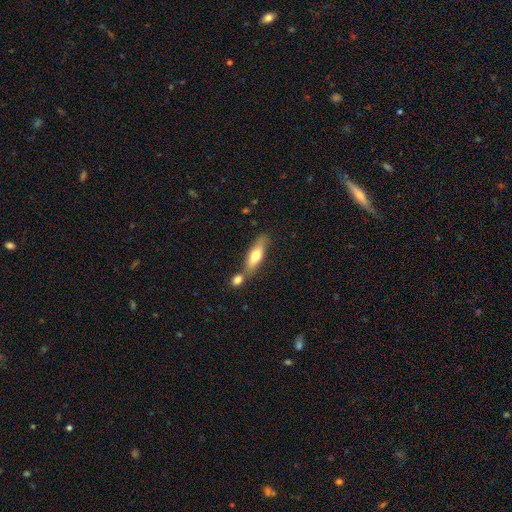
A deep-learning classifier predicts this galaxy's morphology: Smooth or featured? smooth (62%)
How rounded? cigar-shaped (51%)
Merging? none (54%)